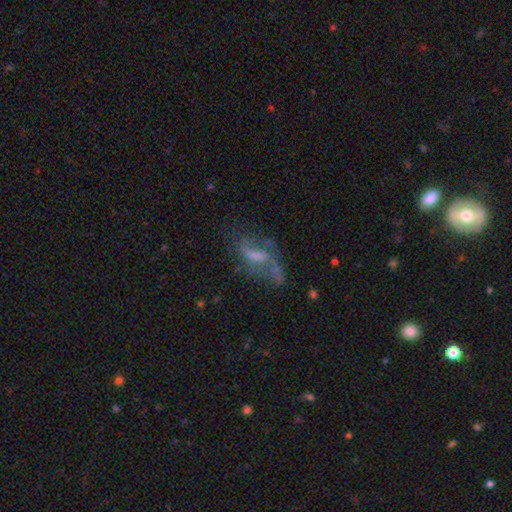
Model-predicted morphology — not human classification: smooth_or_featured: featured or disk (p=0.67) [alt: smooth p=0.22]
disk_edge_on: no (p=0.92) [alt: yes p=0.08]
bar: weak (p=0.47) [alt: no p=0.33]
has_spiral_arms: yes (p=0.75) [alt: no p=0.25]
bulge_size: none (p=0.35) [alt: moderate p=0.29]
merging: none (p=0.44) [alt: major disturbance p=0.28]